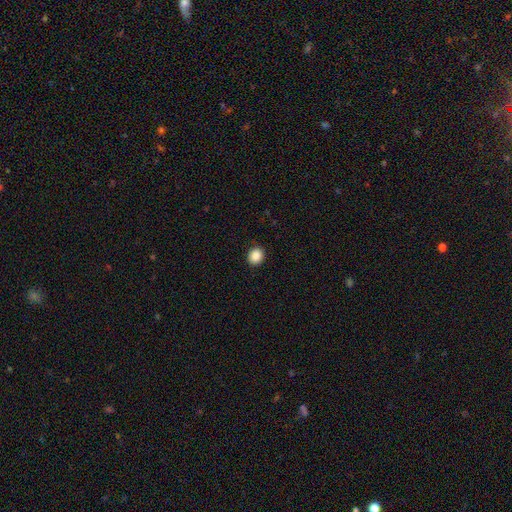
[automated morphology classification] smooth 88%, star or artifact 9%, featured or disk 3%. Down the decision tree: how rounded — round (75%); merging — none (92%).